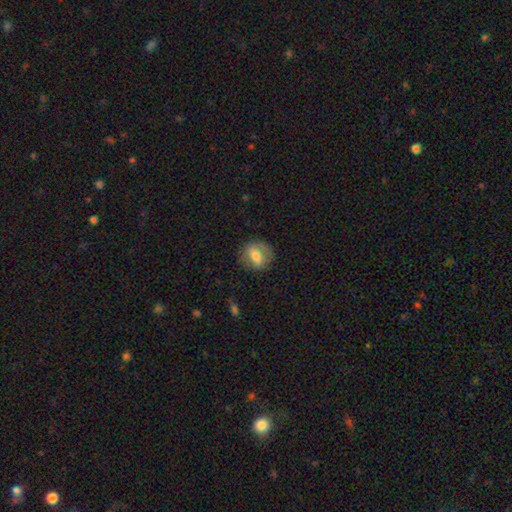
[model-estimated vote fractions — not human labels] Smooth or featured?
  - smooth: 60% *
  - featured or disk: 32%
  - star or artifact: 8%
How rounded?
  - in between: 50% *
  - round: 46%
  - cigar-shaped: 3%
Merging?
  - none: 76% *
  - minor disturbance: 16%
  - major disturbance: 7%
  - merger: 1%